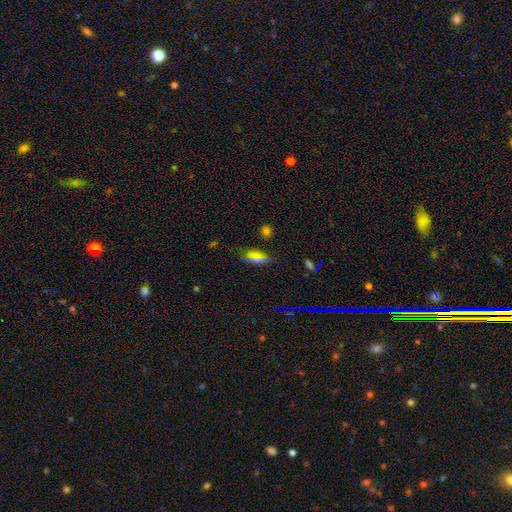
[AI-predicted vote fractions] smooth 61%, star or artifact 27%, featured or disk 12%. Down the decision tree: how rounded — in between (81%); merging — none (73%).